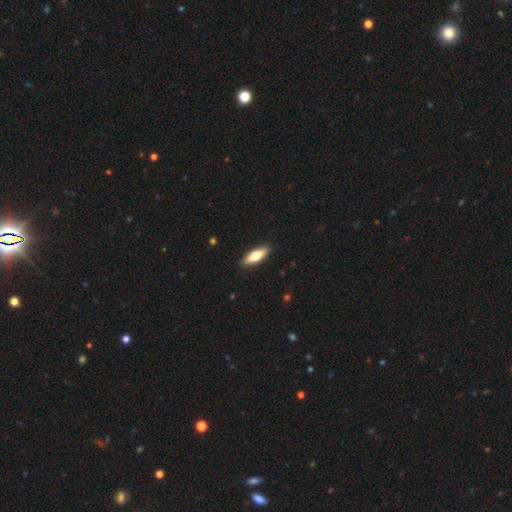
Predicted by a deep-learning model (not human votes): Smooth or featured?
  - smooth: 61% *
  - featured or disk: 34%
  - star or artifact: 5%
How rounded?
  - in between: 50% *
  - cigar-shaped: 47%
  - round: 2%
Merging?
  - none: 90% *
  - minor disturbance: 7%
  - major disturbance: 2%
  - merger: 1%